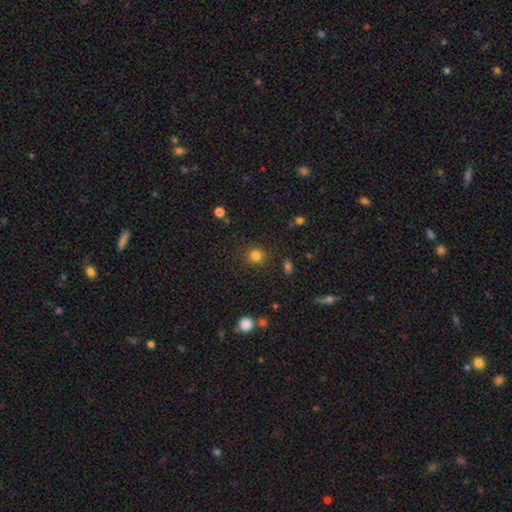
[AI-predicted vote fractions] Smooth or featured? Predicted: smooth (p=0.82). How rounded? Predicted: round (p=0.88). Merging? Predicted: none (p=0.87).